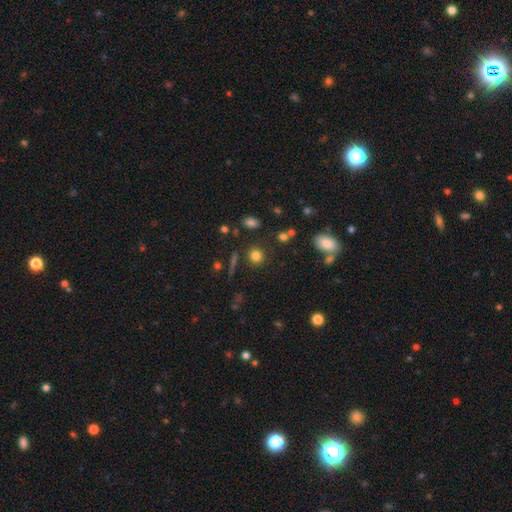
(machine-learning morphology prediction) type=smooth (79%); roundness=round (87%); merging=none (83%).